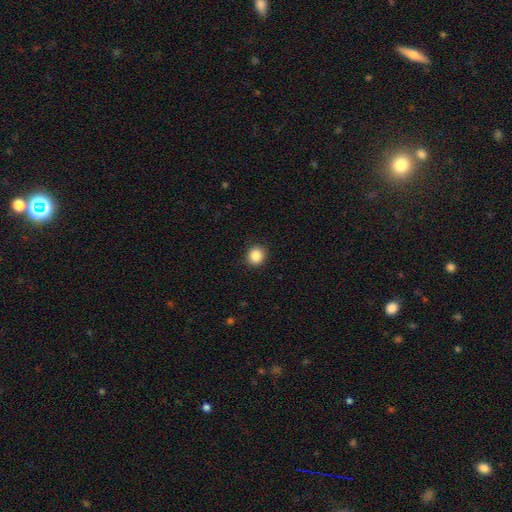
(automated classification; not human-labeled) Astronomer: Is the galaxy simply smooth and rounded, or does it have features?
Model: smooth — 86%.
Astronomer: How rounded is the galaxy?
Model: round — 86%.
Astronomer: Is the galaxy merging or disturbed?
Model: none — 91%.